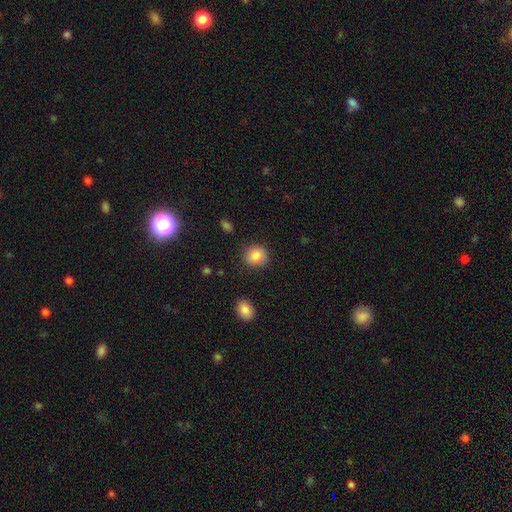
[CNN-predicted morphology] Smooth or featured? Predicted: smooth (p=0.85). How rounded? Predicted: round (p=0.81). Merging? Predicted: none (p=0.86).